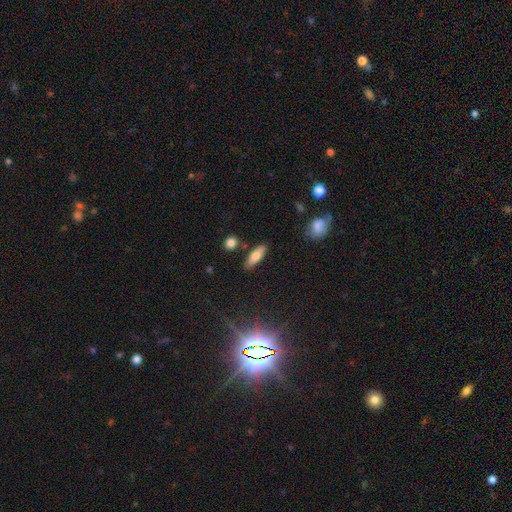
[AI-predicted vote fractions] This is likely a smooth galaxy (74%). How rounded: possibly in between (57%). Merging: clearly none (82%).